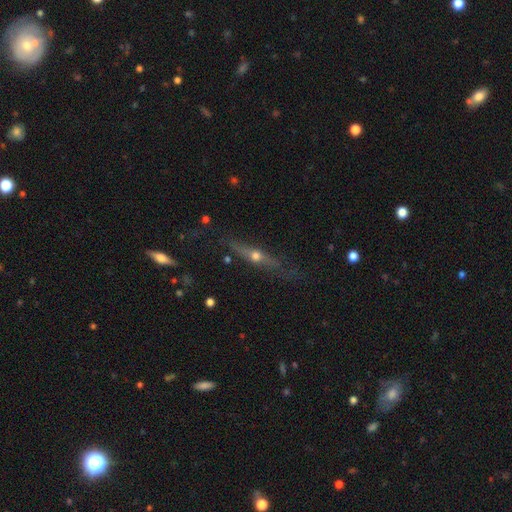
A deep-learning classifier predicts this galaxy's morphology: A featured or disk galaxy (66%) viewed edge-on (92%) with a rounded central bulge (94%). Merging: none (74%).